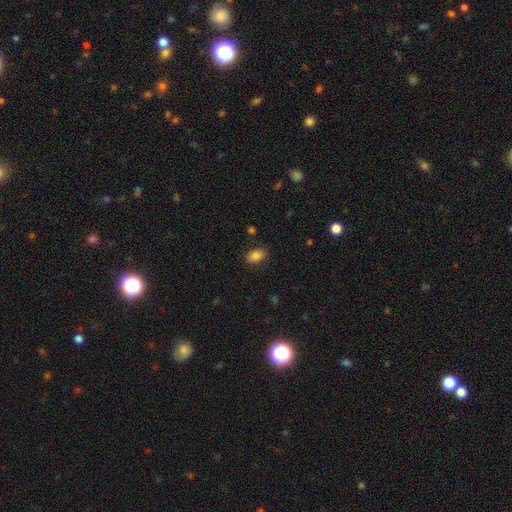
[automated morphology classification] Smooth or featured? smooth (85%)
How rounded? in between (87%)
Merging? none (85%)